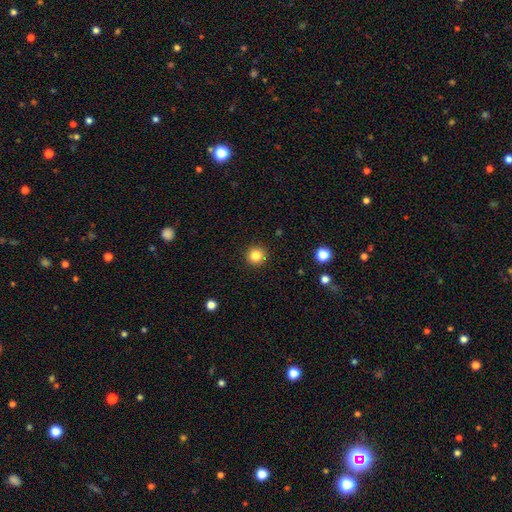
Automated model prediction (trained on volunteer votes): Smooth or featured? smooth (83%)
How rounded? round (94%)
Merging? none (92%)